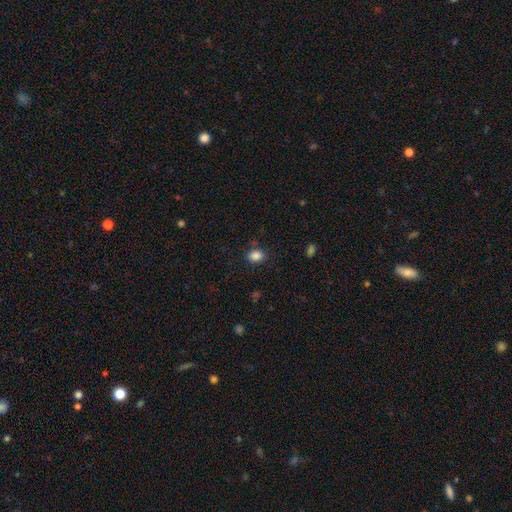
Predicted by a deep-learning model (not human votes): Morphology: type=smooth (86%); roundness=in between (61%); merging=none (82%).